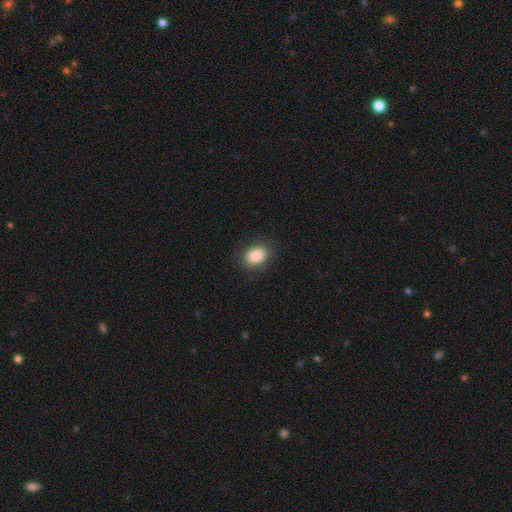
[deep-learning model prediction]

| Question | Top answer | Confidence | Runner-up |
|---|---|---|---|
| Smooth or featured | smooth | 87% | star or artifact (8%) |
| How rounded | in between | 64% | round (35%) |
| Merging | none | 85% | minor disturbance (11%) |